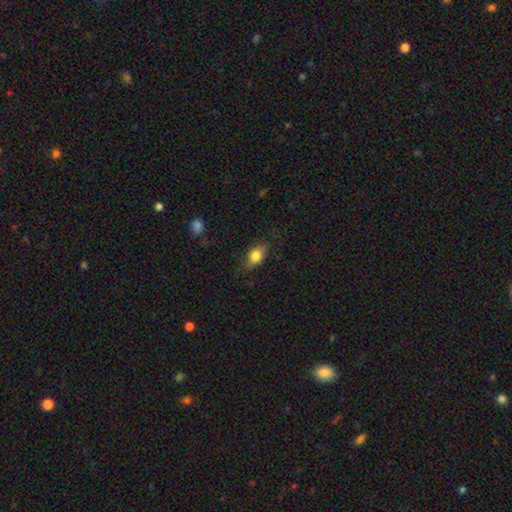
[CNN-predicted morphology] Smooth or featured? smooth (81%)
How rounded? in between (76%)
Merging? none (76%)